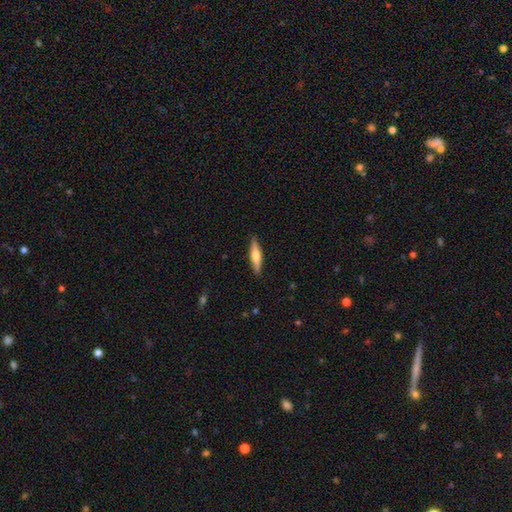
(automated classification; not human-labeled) This appears to be a smooth galaxy with no disk features (51%) that is cigar-shaped (82%). Merging: none (90%).